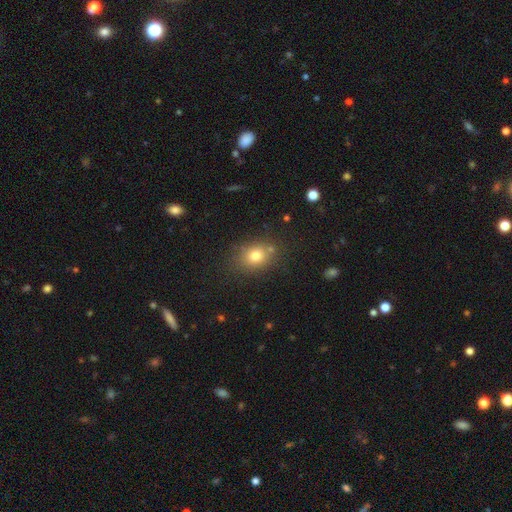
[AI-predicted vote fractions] The model was most divided on "how rounded": in between: 50%, round: 48%, cigar-shaped: 1%. More confident: merging — none (78%); smooth or featured — smooth (76%).